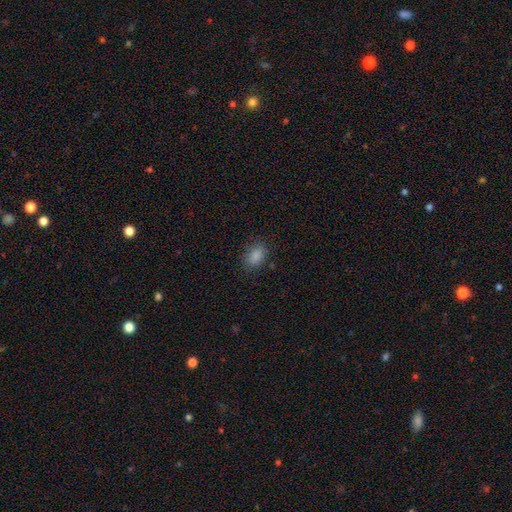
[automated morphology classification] Smooth or featured: smooth — 86% (star or artifact — 10%)
How rounded: in between — 85% (round — 13%)
Merging: none — 82% (minor disturbance — 13%)